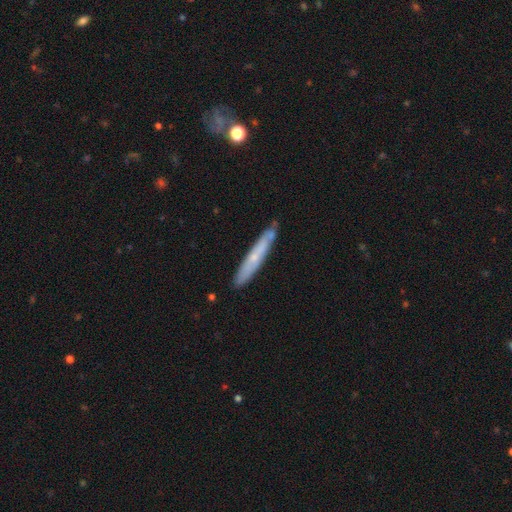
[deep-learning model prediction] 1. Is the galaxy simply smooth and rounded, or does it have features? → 47% smooth, 46% featured or disk, 6% star or artifact.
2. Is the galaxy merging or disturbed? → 83% none, 13% minor disturbance, 2% merger, 2% major disturbance.